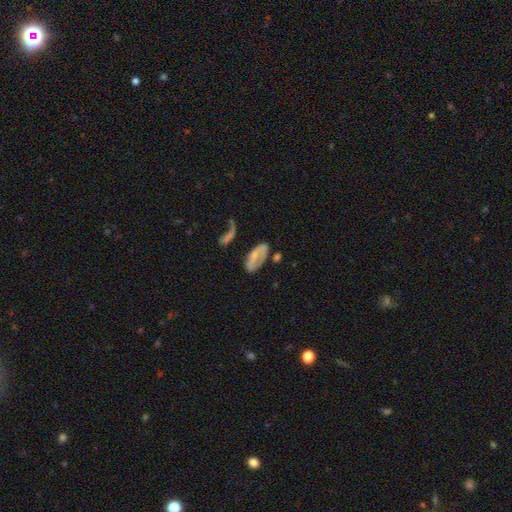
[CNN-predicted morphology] A featured or disk galaxy (47%).

Vote fractions:
- Smooth or featured? featured or disk: 47% / smooth: 45% / star or artifact: 8%
- Merging? none: 45% / minor disturbance: 23% / major disturbance: 22% / merger: 10%